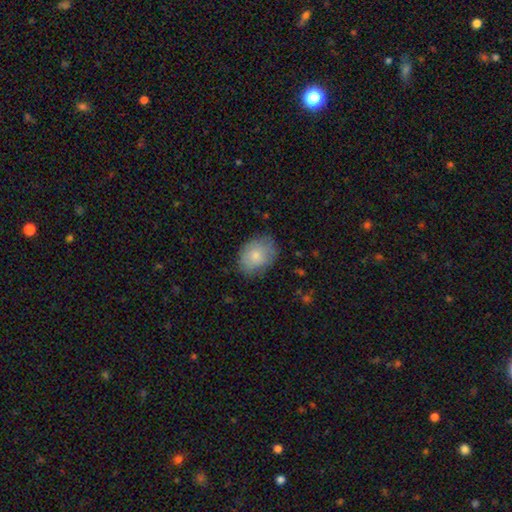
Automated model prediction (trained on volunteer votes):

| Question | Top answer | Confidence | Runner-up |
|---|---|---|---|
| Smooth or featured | smooth | 78% | featured or disk (15%) |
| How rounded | in between | 68% | round (31%) |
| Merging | none | 74% | minor disturbance (20%) |